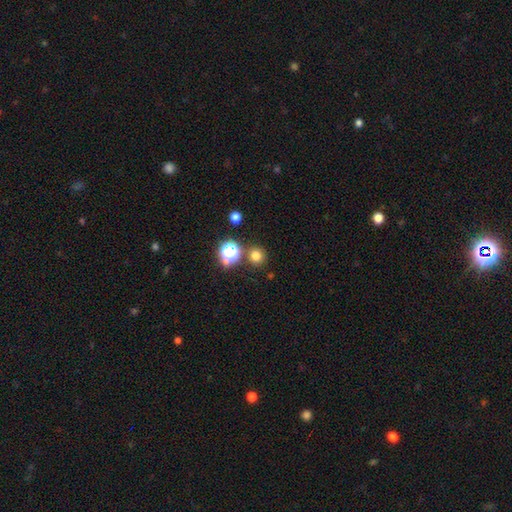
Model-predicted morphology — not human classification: Q: Smooth or featured?
A: smooth (73%); runner-up: star or artifact (21%)
Q: How rounded?
A: round (92%); runner-up: in between (7%)
Q: Merging?
A: none (84%); runner-up: merger (7%)